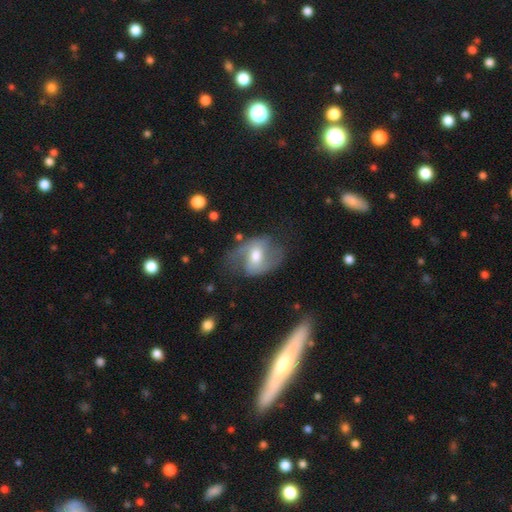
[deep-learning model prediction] This appears to be a featured or disk galaxy (70%) with a weak bar (48%), 2 (86%) medium (43%, tied with loose) spiral arms (86%) and a moderate central bulge (67%). Merging: none (61%).